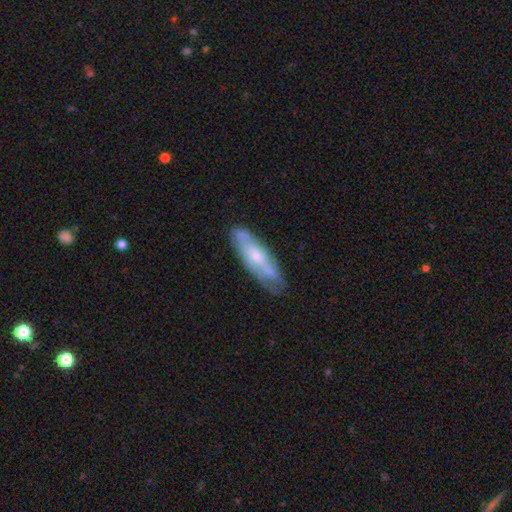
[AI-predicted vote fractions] featured or disk 56%, smooth 38%, star or artifact 6%. Down the decision tree: edge-on disk — no (67%); merging — none (72%).